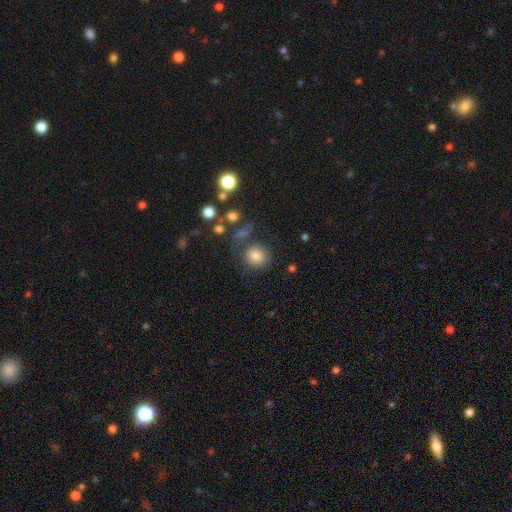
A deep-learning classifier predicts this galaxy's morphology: Smooth or featured? smooth (80%)
How rounded? round (85%)
Merging? none (69%)